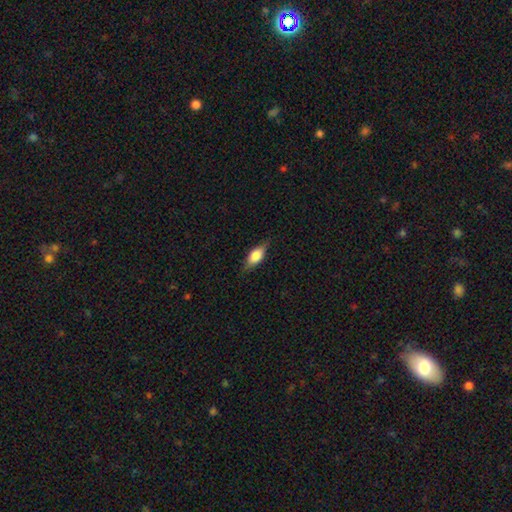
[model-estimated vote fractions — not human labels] Smooth or featured: smooth — 66% (featured or disk — 27%)
How rounded: in between — 80% (cigar-shaped — 15%)
Merging: none — 80% (minor disturbance — 16%)